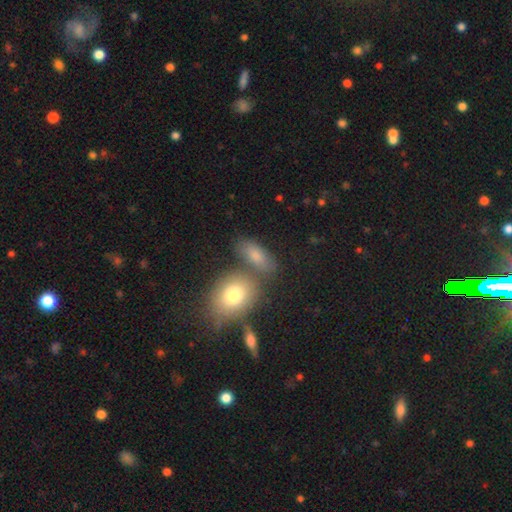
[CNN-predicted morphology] The model was most divided on "merging": none: 59%, merger: 22%, minor disturbance: 14%, major disturbance: 6%. More confident: how rounded — in between (80%); smooth or featured — smooth (77%).